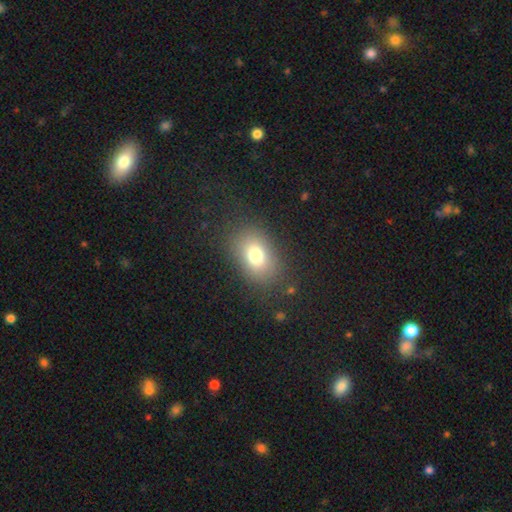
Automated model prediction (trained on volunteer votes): This appears to be a smooth galaxy with no disk features (75%) that is in between round and cigar-shaped (75%). Merging: none (82%).